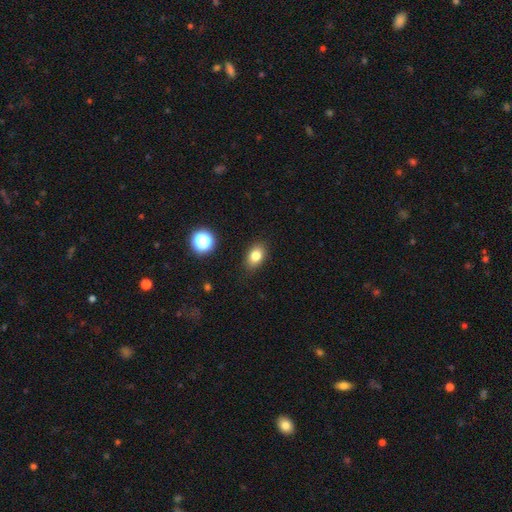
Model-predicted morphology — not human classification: The model was most divided on "how rounded": in between: 78%, round: 20%, cigar-shaped: 2%. More confident: merging — none (86%); smooth or featured — smooth (80%).